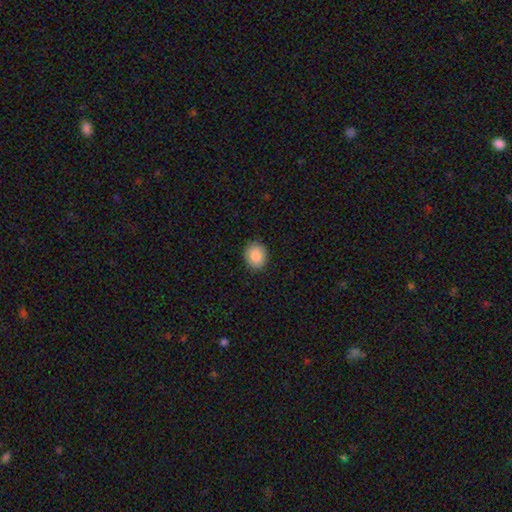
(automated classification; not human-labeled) Smooth or featured?
  - smooth: 87% *
  - star or artifact: 7%
  - featured or disk: 5%
How rounded?
  - round: 62% *
  - in between: 37%
  - cigar-shaped: 1%
Merging?
  - none: 89% *
  - minor disturbance: 8%
  - major disturbance: 2%
  - merger: 1%